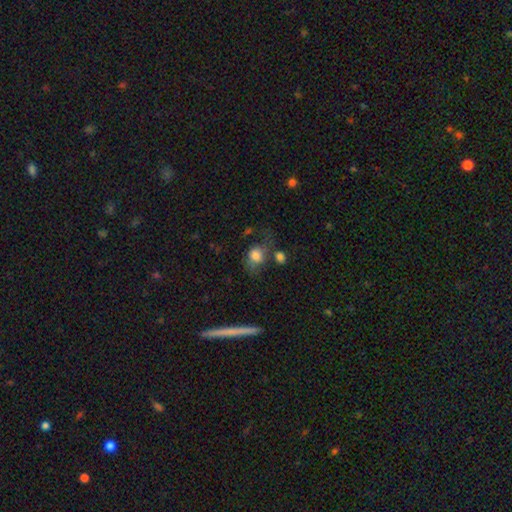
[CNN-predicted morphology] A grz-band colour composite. It shows a smooth galaxy with no disk features (68%) that is round (50%). Merging: none (41%).